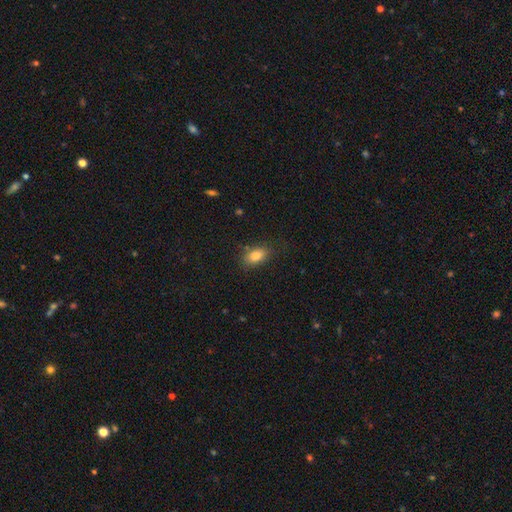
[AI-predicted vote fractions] Morphology: type=smooth (84%); roundness=in between (87%); merging=none (79%).